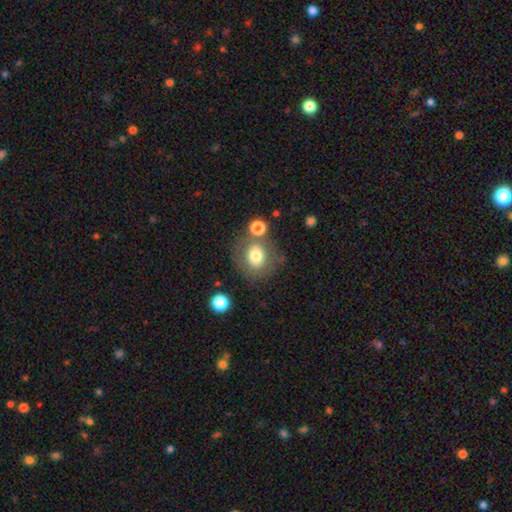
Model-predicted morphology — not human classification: type=smooth (73%); roundness=round (74%); merging=none (63%).